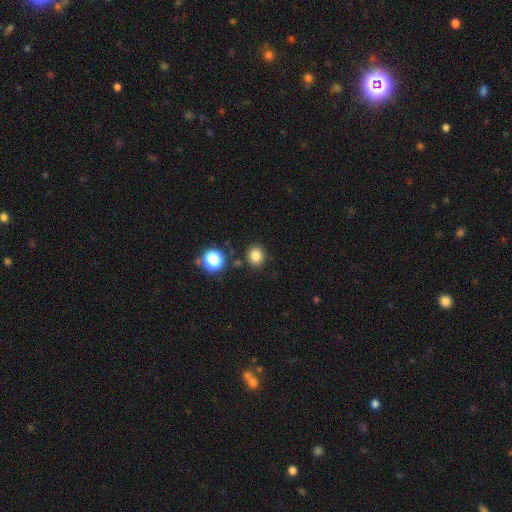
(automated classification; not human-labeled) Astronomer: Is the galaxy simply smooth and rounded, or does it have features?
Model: smooth — 81%.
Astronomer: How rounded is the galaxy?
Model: round — 85%.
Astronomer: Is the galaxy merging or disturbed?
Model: none — 87%.